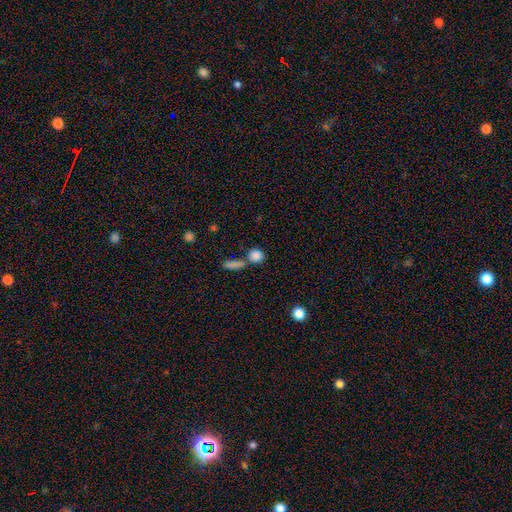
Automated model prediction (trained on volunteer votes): The model was most divided on "merging": none: 63%, merger: 22%, minor disturbance: 10%, major disturbance: 4%. More confident: how rounded — round (84%); smooth or featured — smooth (84%).